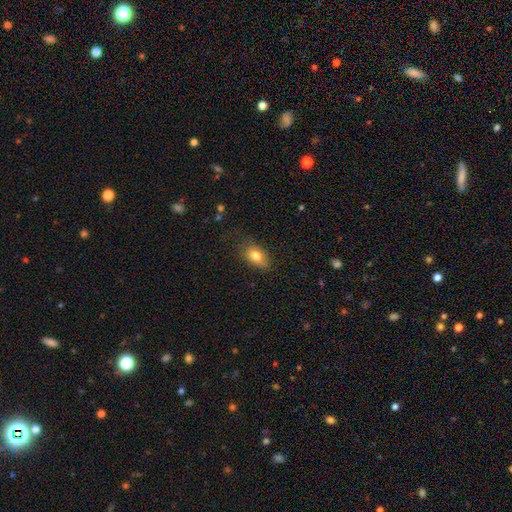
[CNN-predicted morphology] Q: Smooth or featured?
A: smooth (79%); runner-up: featured or disk (12%)
Q: How rounded?
A: in between (86%); runner-up: round (10%)
Q: Merging?
A: none (68%); runner-up: minor disturbance (24%)